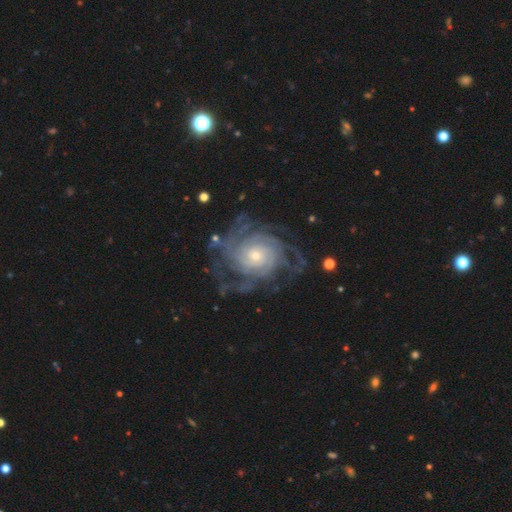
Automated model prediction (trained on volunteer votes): Smooth or featured: featured or disk — 90% (star or artifact — 5%)
Edge-on disk: no — 97% (yes — 3%)
Bar: no — 75% (weak — 19%)
Spiral arms: yes — 97% (no — 3%)
Spiral winding: tight — 71% (medium — 24%)
Spiral arm count: can't tell — 26% (4 — 24%)
Bulge size: small — 65% (moderate — 30%)
Merging: none — 71% (minor disturbance — 15%)